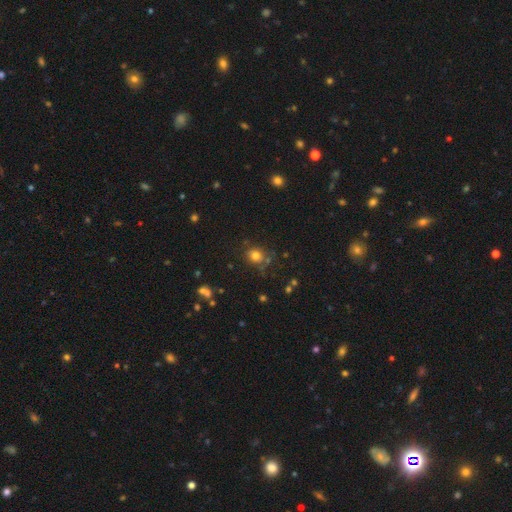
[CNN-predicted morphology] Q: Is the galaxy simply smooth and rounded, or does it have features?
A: smooth — 74%.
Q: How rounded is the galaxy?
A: round — 73%.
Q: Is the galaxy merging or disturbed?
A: none — 72%.